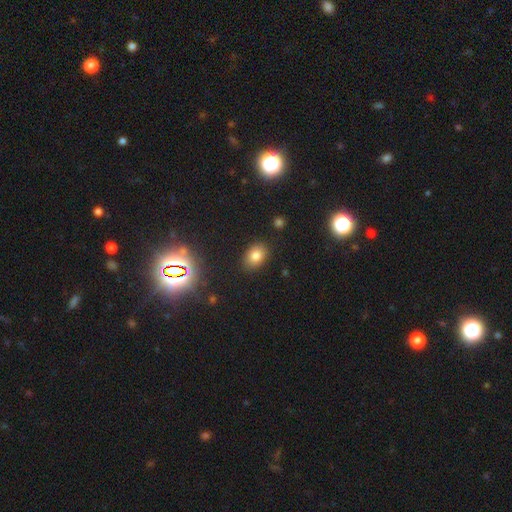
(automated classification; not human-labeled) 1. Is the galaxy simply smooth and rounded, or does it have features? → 78% smooth, 14% star or artifact, 8% featured or disk.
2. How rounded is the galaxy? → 72% in between, 27% round, 1% cigar-shaped.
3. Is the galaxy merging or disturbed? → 86% none, 10% minor disturbance, 3% major disturbance, 2% merger.